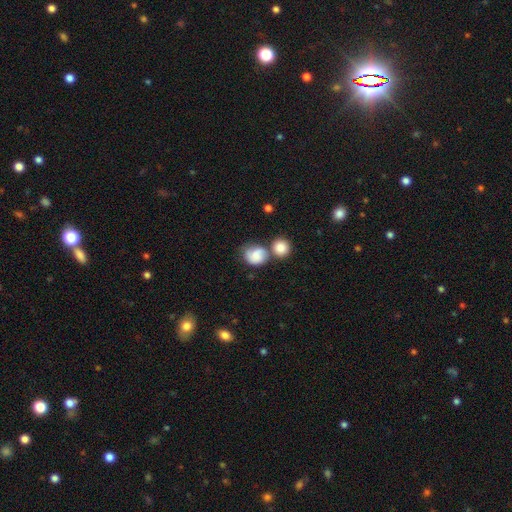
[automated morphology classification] Smooth or featured: smooth — 77% (featured or disk — 16%)
How rounded: round — 65% (in between — 34%)
Merging: merger — 39% (none — 35%)